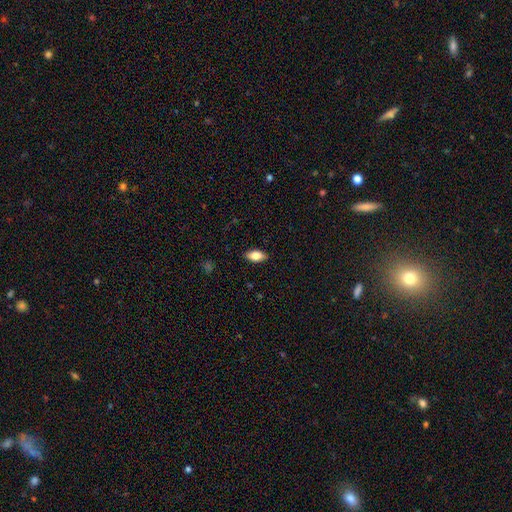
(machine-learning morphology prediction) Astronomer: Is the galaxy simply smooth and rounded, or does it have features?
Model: smooth — 77%.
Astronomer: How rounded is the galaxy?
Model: in between — 88%.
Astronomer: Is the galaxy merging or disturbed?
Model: none — 88%.